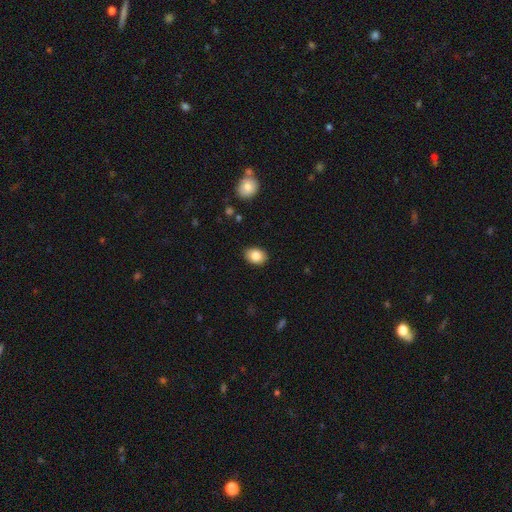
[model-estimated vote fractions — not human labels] Smooth or featured: smooth — 85% (star or artifact — 8%)
How rounded: in between — 72% (round — 27%)
Merging: none — 88% (minor disturbance — 9%)